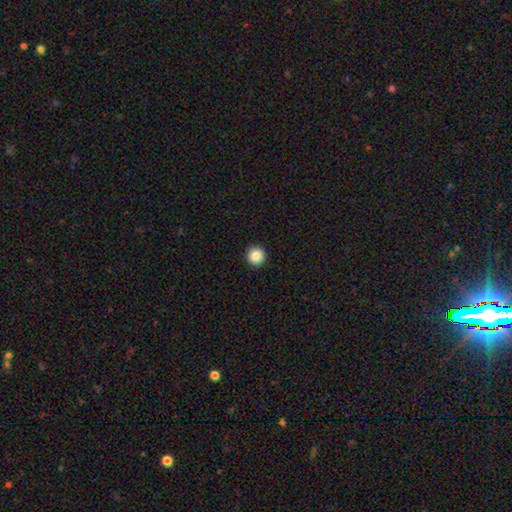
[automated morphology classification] type=smooth (86%); roundness=round (95%); merging=none (93%).